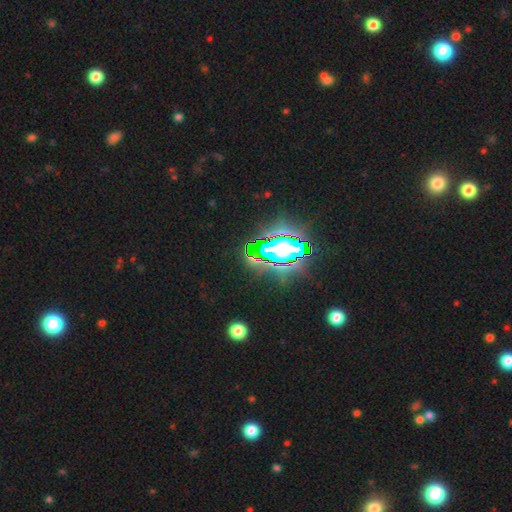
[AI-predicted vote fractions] Overall: star or artifact (75%).